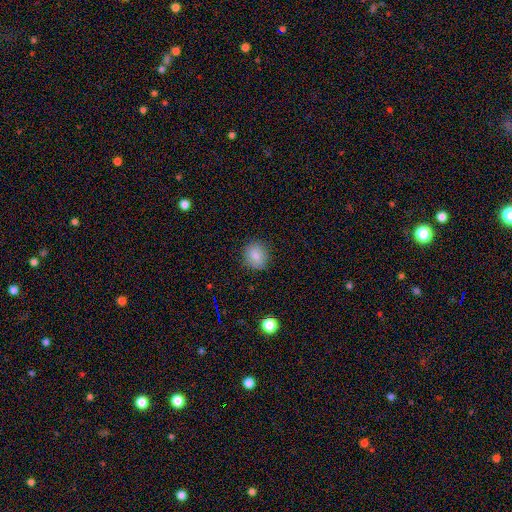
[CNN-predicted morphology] smooth_or_featured: smooth (p=0.83) [alt: star or artifact p=0.10]
how_rounded: round (p=0.73) [alt: in between p=0.26]
merging: none (p=0.85) [alt: minor disturbance p=0.11]